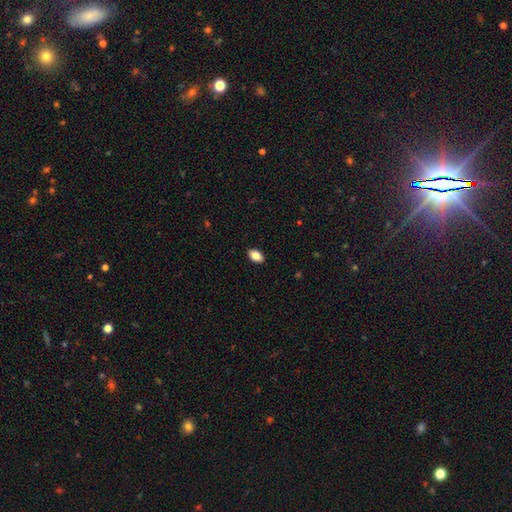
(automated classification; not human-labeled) smooth_or_featured: smooth (p=0.85) [alt: star or artifact p=0.08]
how_rounded: in between (p=0.90) [alt: round p=0.08]
merging: none (p=0.90) [alt: minor disturbance p=0.08]